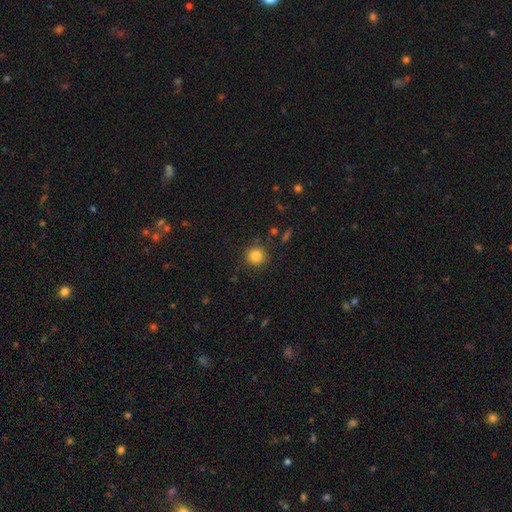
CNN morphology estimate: smooth-or-featured: smooth: 84% | star or artifact: 11% | featured or disk: 5%
  how-rounded: round: 94% | in between: 5% | cigar-shaped: 1%
  merging: none: 88% | minor disturbance: 7% | major disturbance: 3% | merger: 2%